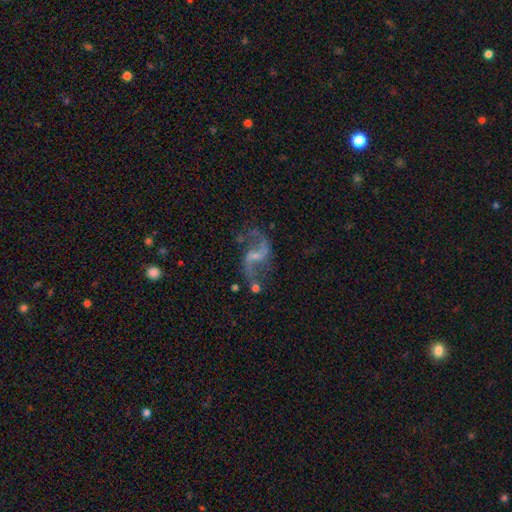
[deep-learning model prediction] This is clearly a featured or disk galaxy (88%). It is clearly not viewed edge-on (98%). Bar: possibly weak (52%). Spiral arm pattern: clearly yes (95%). Spiral arm count: clearly 2 (93%). Spiral winding: likely loose (80%). Central bulge: possibly small (51%). Merging: likely none (67%).